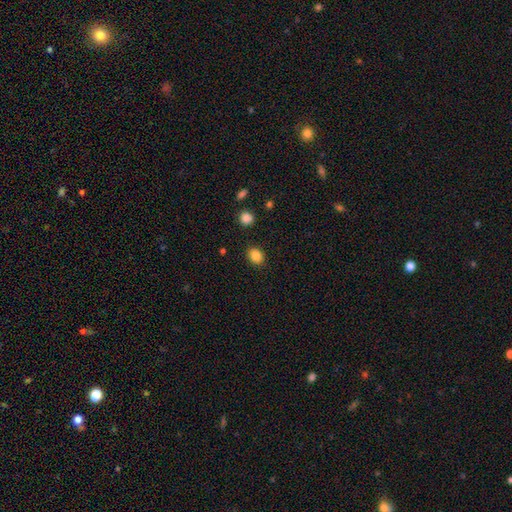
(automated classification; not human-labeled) Smooth or featured? smooth (85%)
How rounded? in between (50%)
Merging? none (87%)